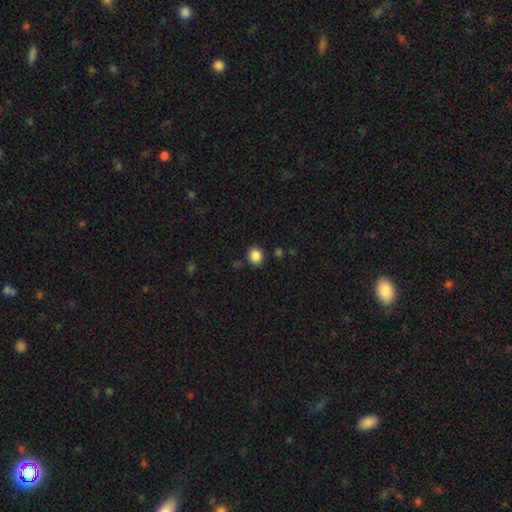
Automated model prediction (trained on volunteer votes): A smooth galaxy with no disk features (86%) that is round (88%).

Vote fractions:
- Smooth or featured? smooth: 86% / star or artifact: 10% / featured or disk: 3%
- How rounded? round: 88% / in between: 11% / cigar-shaped: 1%
- Merging? none: 88% / minor disturbance: 7% / merger: 3% / major disturbance: 2%